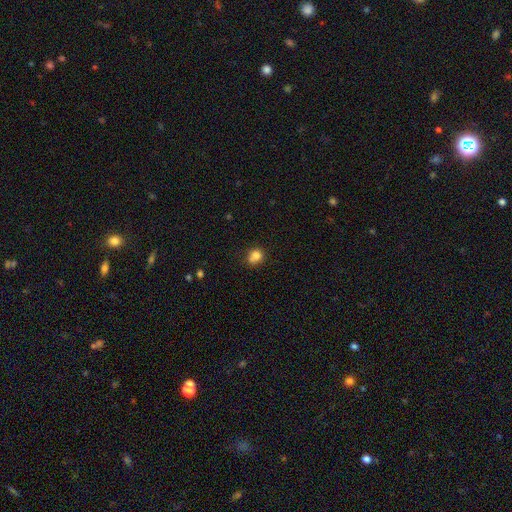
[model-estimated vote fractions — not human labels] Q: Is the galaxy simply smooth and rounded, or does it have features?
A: smooth — 80%.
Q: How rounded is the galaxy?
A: round — 75%.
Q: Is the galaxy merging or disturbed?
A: none — 55%.